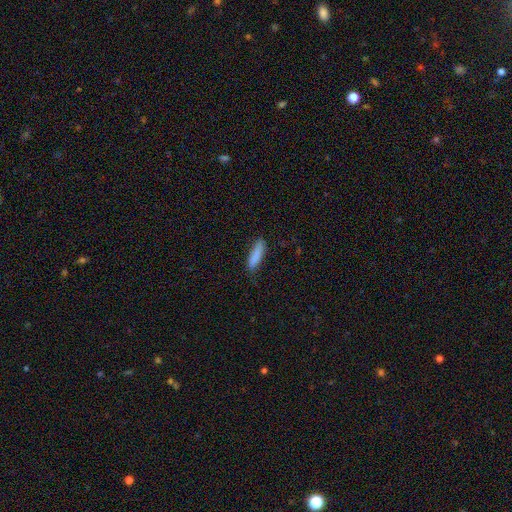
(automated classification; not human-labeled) The model was most divided on "how rounded": cigar-shaped: 71%, in between: 28%, round: 1%. More confident: smooth or featured — smooth (87%); merging — none (80%).